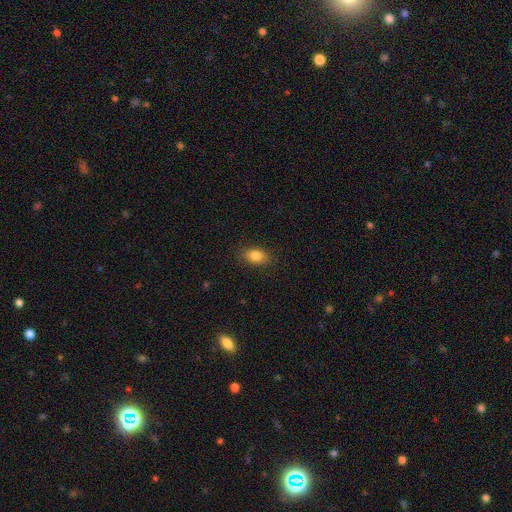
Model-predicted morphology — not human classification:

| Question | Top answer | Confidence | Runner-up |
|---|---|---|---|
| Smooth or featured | smooth | 83% | star or artifact (9%) |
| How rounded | in between | 86% | round (12%) |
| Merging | none | 87% | minor disturbance (10%) |